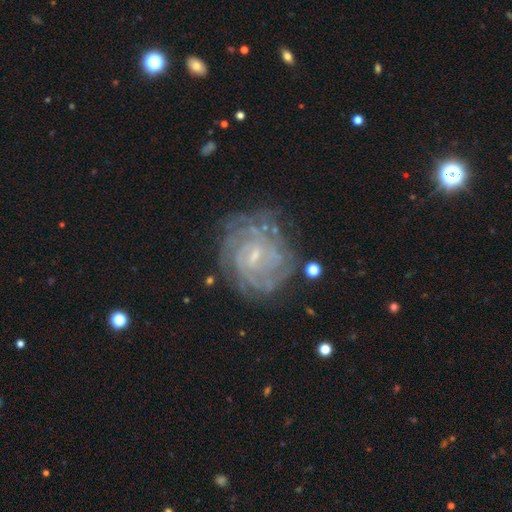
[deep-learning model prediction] Smooth or featured: featured or disk — 84% (star or artifact — 8%)
Edge-on disk: no — 97% (yes — 3%)
Bar: weak — 54% (no — 31%)
Spiral arms: yes — 95% (no — 5%)
Spiral winding: tight — 75% (medium — 20%)
Spiral arm count: can't tell — 38% (4 — 17%)
Bulge size: small — 74% (moderate — 17%)
Merging: none — 75% (minor disturbance — 16%)